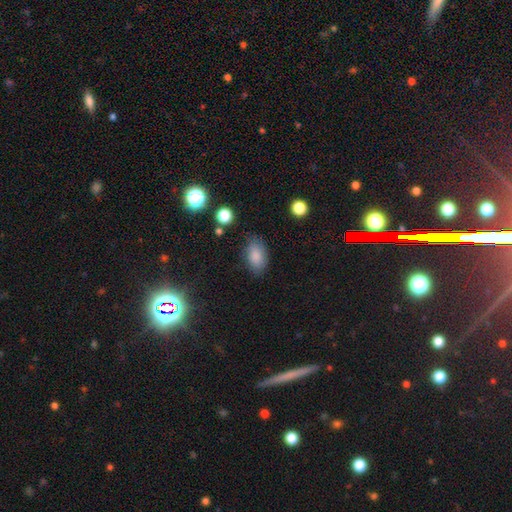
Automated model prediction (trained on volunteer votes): Smooth or featured? smooth (84%)
How rounded? in between (89%)
Merging? none (76%)